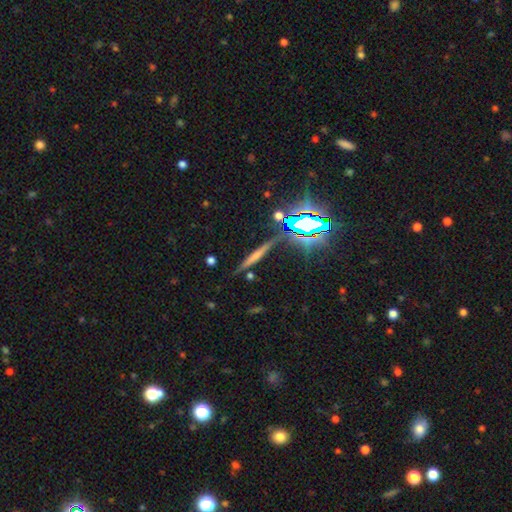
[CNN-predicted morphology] type=smooth (43%); merging=none (80%).